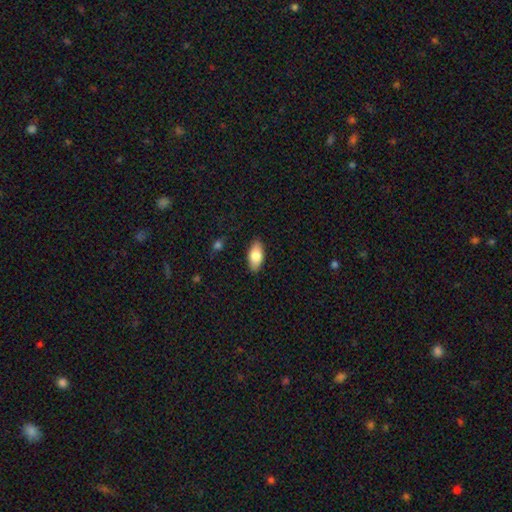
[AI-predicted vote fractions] smooth_or_featured: smooth (p=0.80) [alt: featured or disk p=0.14]
how_rounded: in between (p=0.89) [alt: cigar-shaped p=0.08]
merging: none (p=0.87) [alt: minor disturbance p=0.10]